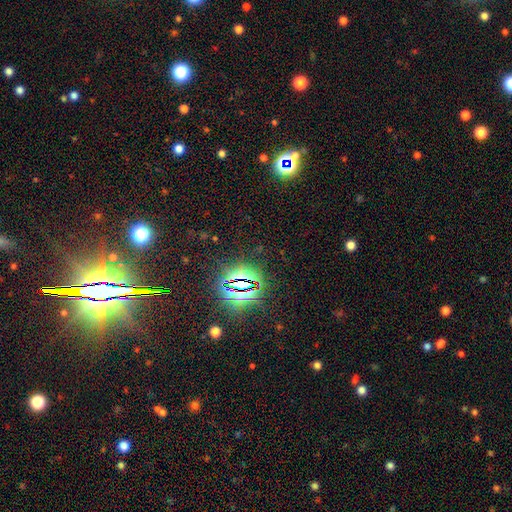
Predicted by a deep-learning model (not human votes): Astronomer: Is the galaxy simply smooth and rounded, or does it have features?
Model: star or artifact — 84%.